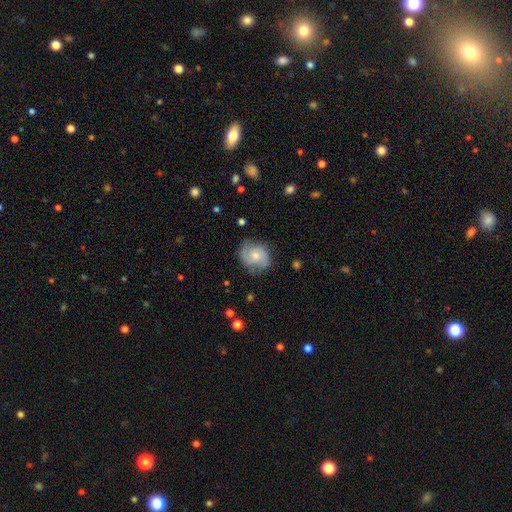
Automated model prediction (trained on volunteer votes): This appears to be a featured or disk galaxy (47%). Merging: none (67%).